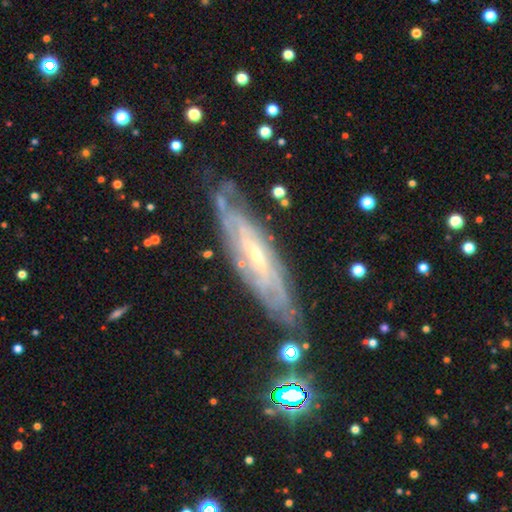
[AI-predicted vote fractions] smooth-or-featured: featured or disk: 83% | smooth: 10% | star or artifact: 7%
  disk-edge-on: no: 71% | yes: 29%
    bar: no: 43% | weak: 37% | strong: 20%
    has-spiral-arms: yes: 92% | no: 8%
      spiral-winding: tight: 72% | medium: 23% | loose: 5%
      spiral-arm-count: can't tell: 58% | 2: 13% | 4: 10% | 3: 9% | more than 4: 6% | 1: 4%
    bulge-size: small: 69% | moderate: 25% | none: 3% | large: 2% | dominant: 1%
  merging: none: 76% | minor disturbance: 17% | major disturbance: 5% | merger: 2%